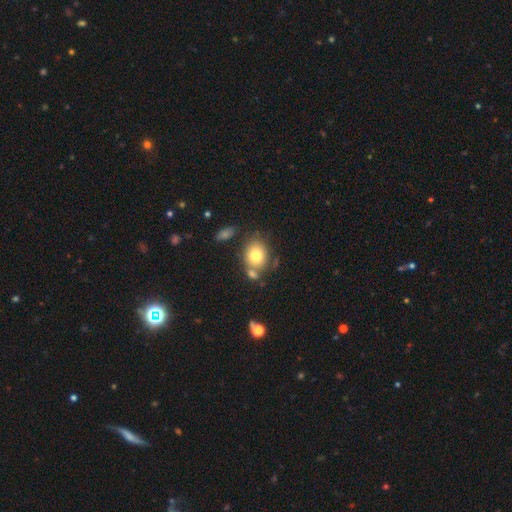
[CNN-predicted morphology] Smooth or featured? smooth (75%)
How rounded? round (66%)
Merging? none (61%)